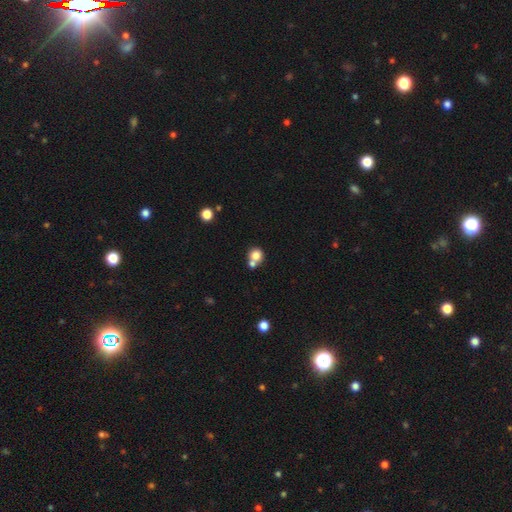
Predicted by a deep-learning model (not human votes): Overall: smooth (79%). How rounded: round (87%). Merging: none (47%; merger 43%).